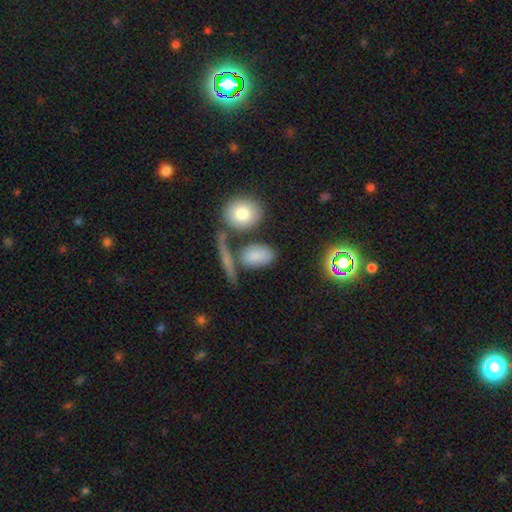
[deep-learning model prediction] This appears to be a smooth galaxy with no disk features (79%) that is in between round and cigar-shaped (84%). Merging: none (56%).